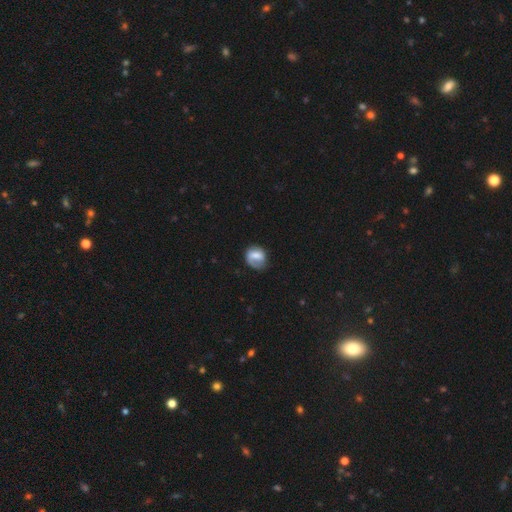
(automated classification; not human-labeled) Morphology: type=smooth (62%); roundness=round (62%); merging=none (53%).